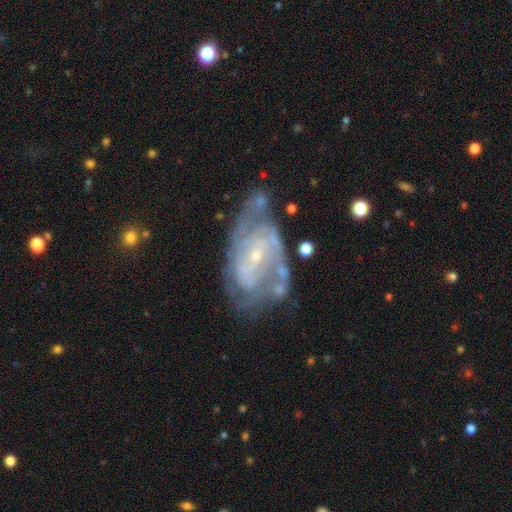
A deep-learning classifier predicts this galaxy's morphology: A featured or disk galaxy (86%) with no bar (42%), 2 (40%) tight (53%) spiral arms (93%) and a small central bulge (80%). Merging: none (57%).